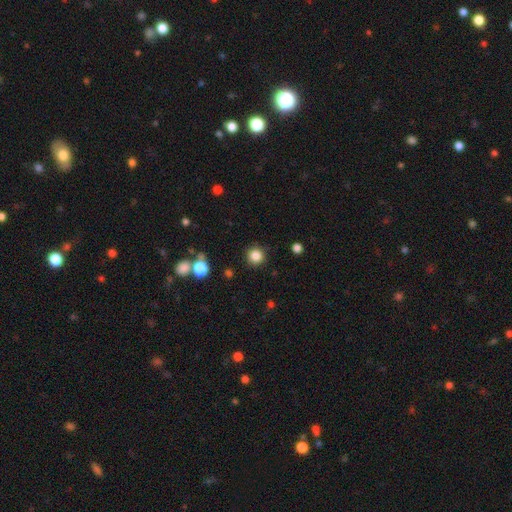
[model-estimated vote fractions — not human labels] Smooth or featured? smooth (84%)
How rounded? round (94%)
Merging? none (90%)